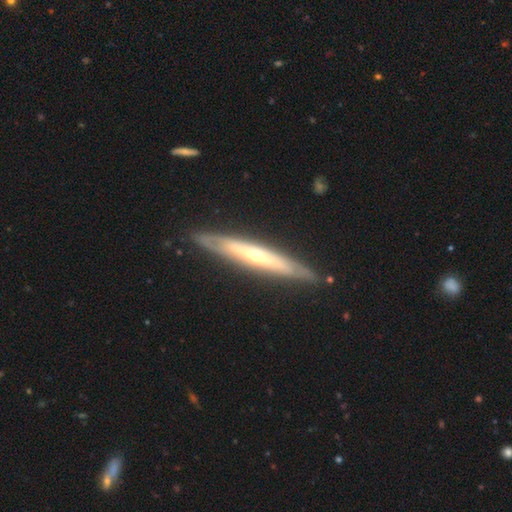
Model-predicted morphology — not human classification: A featured or disk galaxy (73%) viewed edge-on (80%) with a rounded central bulge (70%).

Vote fractions:
- Smooth or featured? featured or disk: 73% / smooth: 22% / star or artifact: 5%
- Edge-on disk? yes: 80% / no: 20%
- Edge-on bulge? rounded: 70% / none: 27% / boxy: 3%
- Merging? none: 85% / minor disturbance: 12% / major disturbance: 2% / merger: 1%